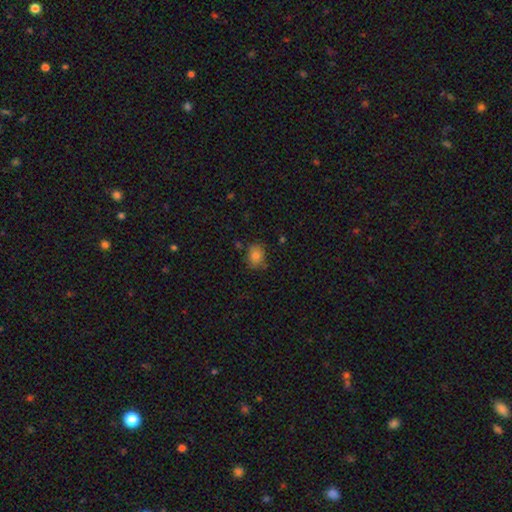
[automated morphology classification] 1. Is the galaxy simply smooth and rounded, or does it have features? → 80% smooth, 11% star or artifact, 9% featured or disk.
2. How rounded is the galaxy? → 52% in between, 47% round, 1% cigar-shaped.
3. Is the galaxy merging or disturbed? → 77% none, 16% minor disturbance, 3% merger, 3% major disturbance.